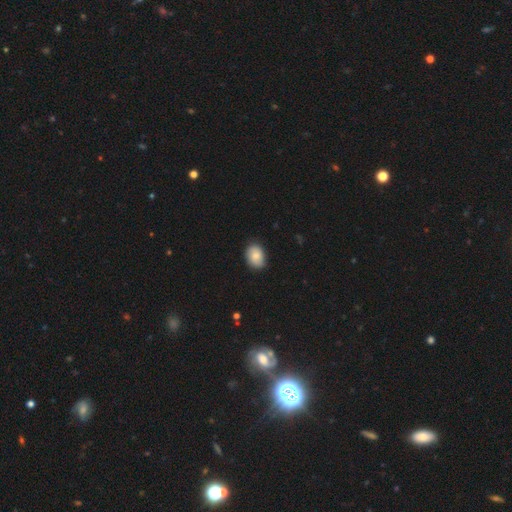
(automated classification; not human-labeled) smooth-or-featured: smooth: 78% | featured or disk: 15% | star or artifact: 7%
  how-rounded: in between: 75% | round: 24% | cigar-shaped: 1%
  merging: none: 83% | minor disturbance: 13% | major disturbance: 2% | merger: 1%